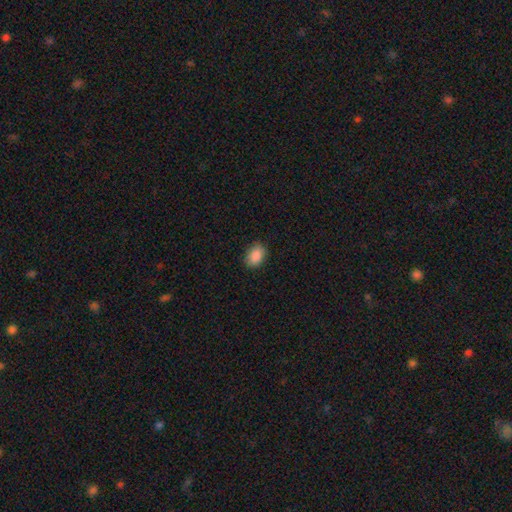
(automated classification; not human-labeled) smooth 89%, star or artifact 8%, featured or disk 4%. Down the decision tree: how rounded — in between (80%); merging — none (84%).